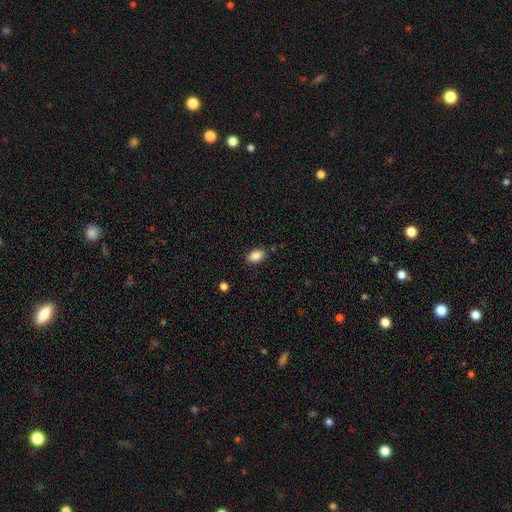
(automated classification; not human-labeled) This is clearly a smooth galaxy (87%). How rounded: clearly in between (90%). Merging: clearly none (85%).